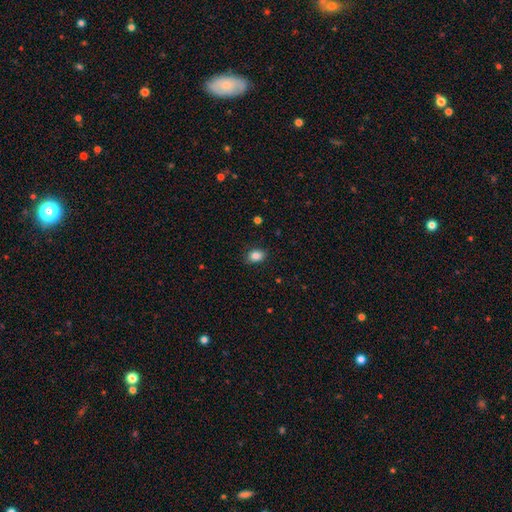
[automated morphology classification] Overall: smooth (86%). How rounded: in between (73%). Merging: none (84%).